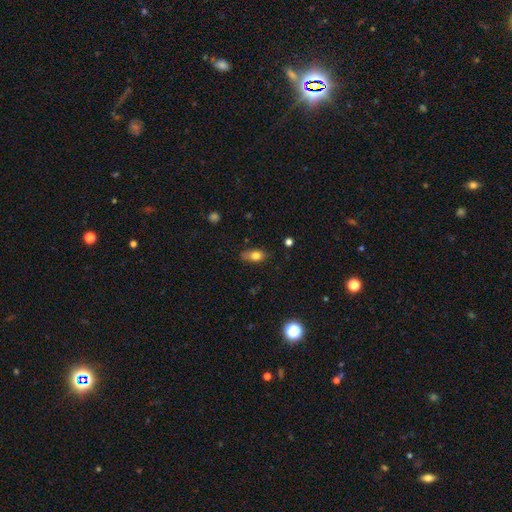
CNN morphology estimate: Smooth or featured? smooth (75%)
How rounded? in between (78%)
Merging? none (74%)